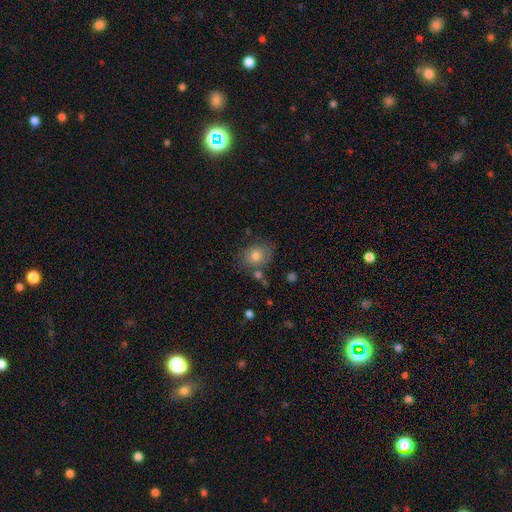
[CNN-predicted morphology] This appears to be a smooth galaxy with no disk features (73%) that is round (61%). Merging: none (69%).